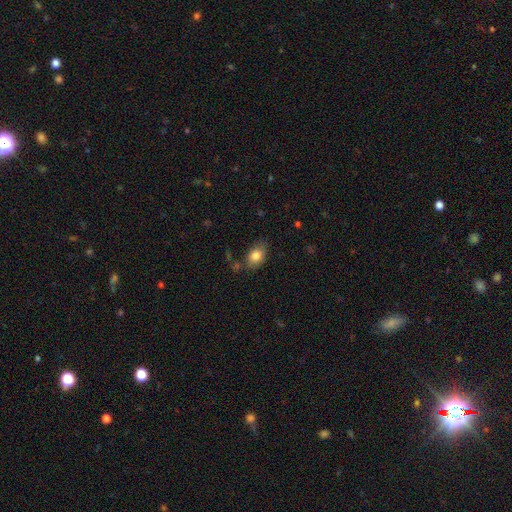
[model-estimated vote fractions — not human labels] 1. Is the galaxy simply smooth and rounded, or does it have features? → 82% smooth, 10% featured or disk, 8% star or artifact.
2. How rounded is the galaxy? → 77% in between, 21% round, 1% cigar-shaped.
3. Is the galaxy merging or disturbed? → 68% none, 21% minor disturbance, 6% major disturbance, 5% merger.